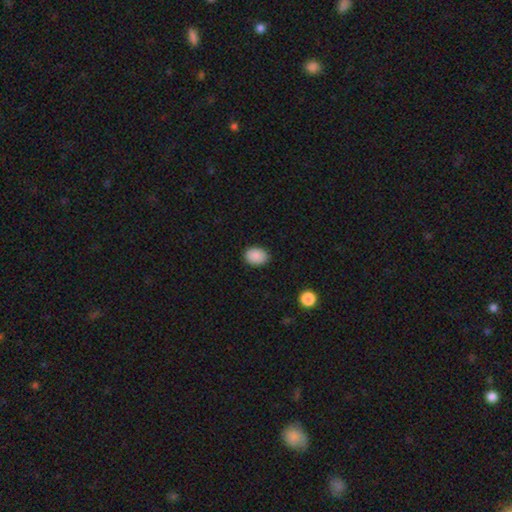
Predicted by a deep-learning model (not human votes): Smooth or featured? smooth (89%)
How rounded? in between (69%)
Merging? none (86%)